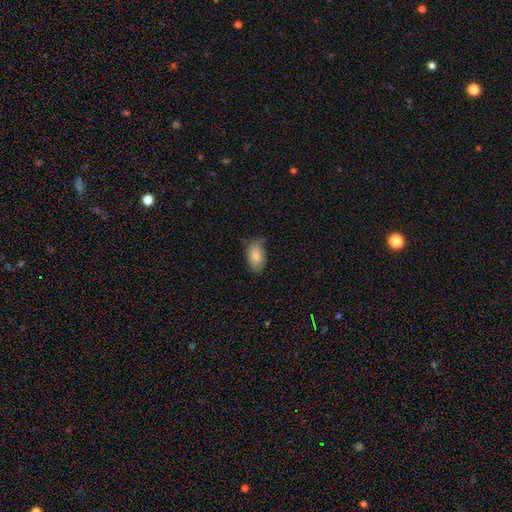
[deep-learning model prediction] The model was most divided on "merging": none: 70%, minor disturbance: 24%, major disturbance: 4%, merger: 2%. More confident: how rounded — in between (93%); smooth or featured — smooth (83%).